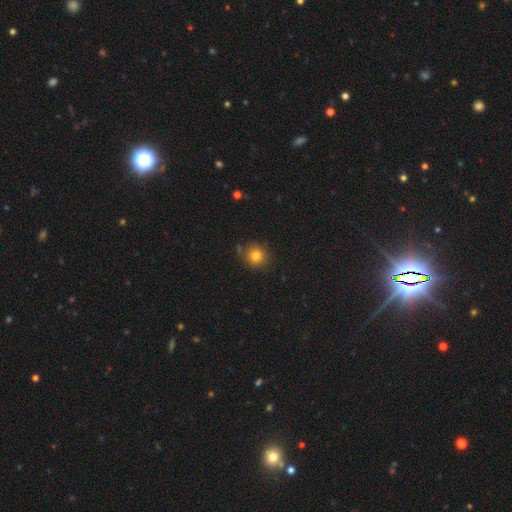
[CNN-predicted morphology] type=smooth (81%); roundness=round (89%); merging=none (78%).